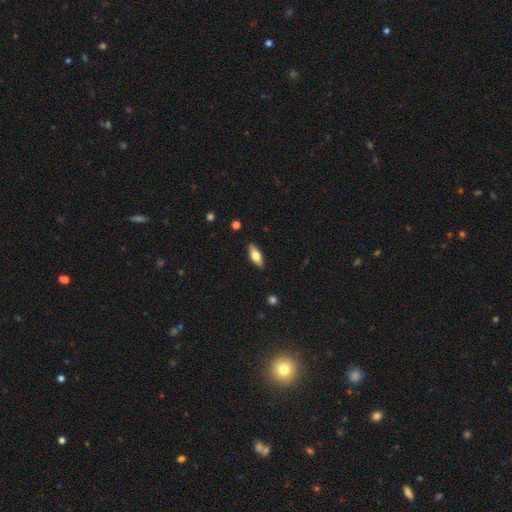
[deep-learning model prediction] Smooth or featured?
  - smooth: 62% *
  - featured or disk: 32%
  - star or artifact: 6%
How rounded?
  - in between: 67% *
  - cigar-shaped: 30%
  - round: 3%
Merging?
  - none: 88% *
  - minor disturbance: 9%
  - major disturbance: 2%
  - merger: 1%